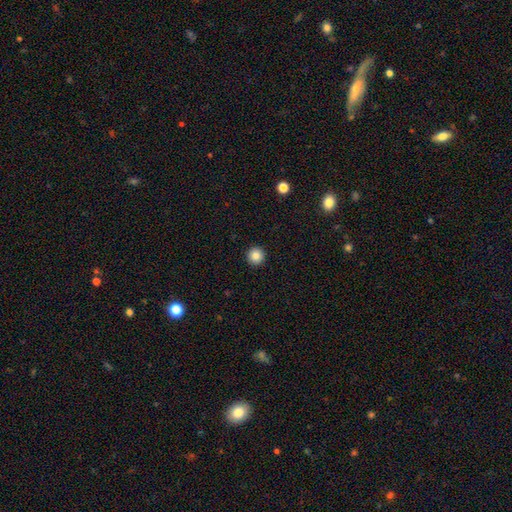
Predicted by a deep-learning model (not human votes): The model was most divided on "smooth or featured": smooth: 85%, star or artifact: 10%, featured or disk: 5%. More confident: how rounded — round (96%); merging — none (94%).